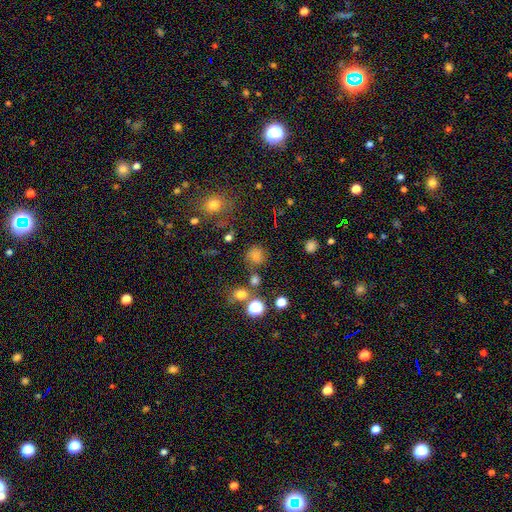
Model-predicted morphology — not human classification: Overall: smooth (67%). How rounded: round (83%). Merging: none (69%).